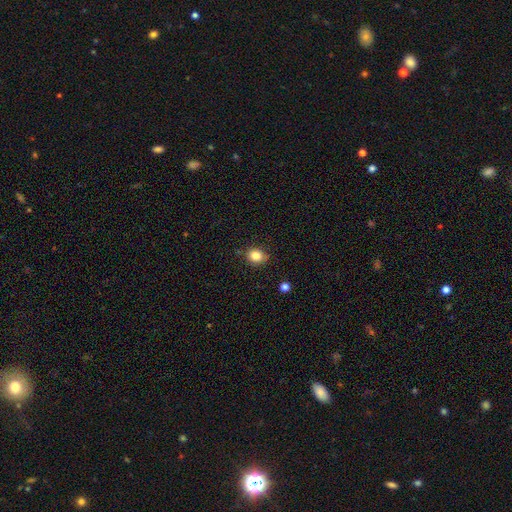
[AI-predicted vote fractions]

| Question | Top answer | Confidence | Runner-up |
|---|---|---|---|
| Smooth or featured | smooth | 83% | star or artifact (11%) |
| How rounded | round | 67% | in between (32%) |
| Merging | none | 81% | minor disturbance (15%) |